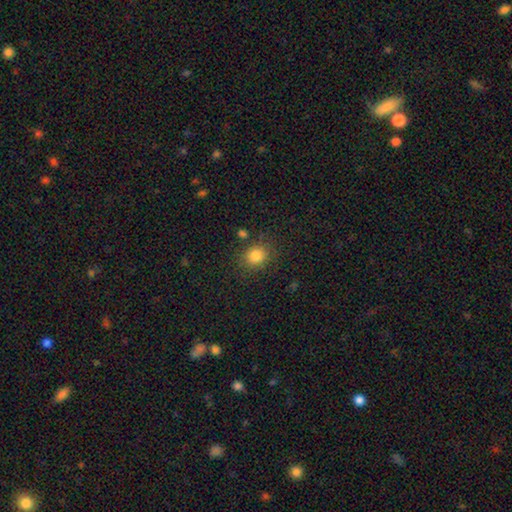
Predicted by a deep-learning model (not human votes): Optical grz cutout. It shows a smooth galaxy with no disk features (83%) that is round (69%). Merging: none (80%).